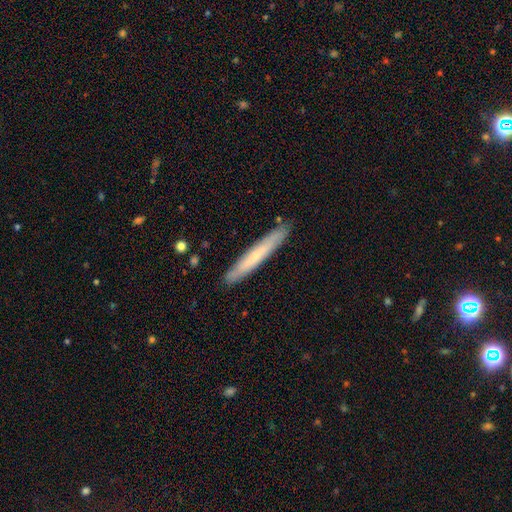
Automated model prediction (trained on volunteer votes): smooth 60%, featured or disk 34%, star or artifact 6%. Down the decision tree: how rounded — cigar-shaped (96%); merging — none (89%).